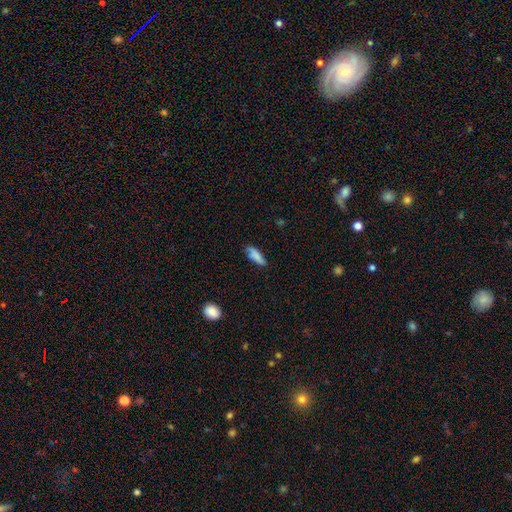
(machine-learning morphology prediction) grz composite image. It shows a smooth galaxy with no disk features (83%) that is in between round and cigar-shaped (54%). Merging: none (71%).